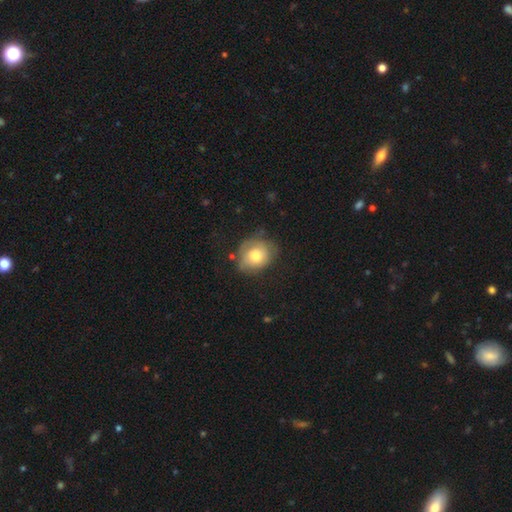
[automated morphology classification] Q: Smooth or featured?
A: smooth (70%); runner-up: featured or disk (22%)
Q: How rounded?
A: round (67%); runner-up: in between (32%)
Q: Merging?
A: none (63%); runner-up: minor disturbance (26%)